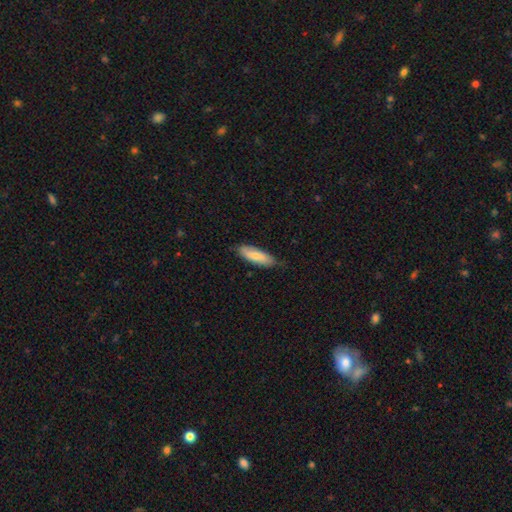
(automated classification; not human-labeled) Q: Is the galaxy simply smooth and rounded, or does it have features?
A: smooth — 76%.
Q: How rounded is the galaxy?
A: in between — 58%.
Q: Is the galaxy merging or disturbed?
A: none — 78%.